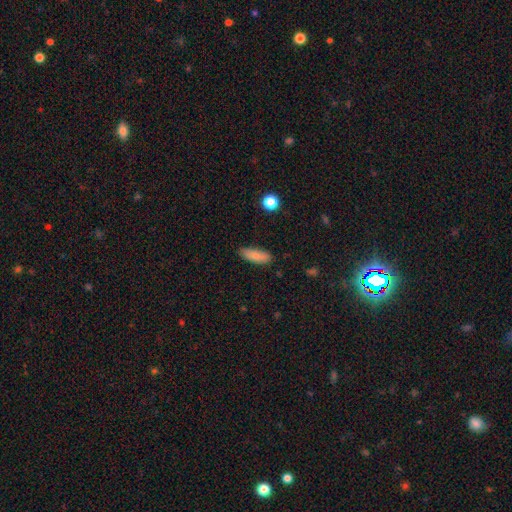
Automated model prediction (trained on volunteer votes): Smooth or featured?
  - smooth: 82% *
  - featured or disk: 10%
  - star or artifact: 7%
How rounded?
  - in between: 64% *
  - cigar-shaped: 33%
  - round: 2%
Merging?
  - none: 83% *
  - minor disturbance: 13%
  - major disturbance: 2%
  - merger: 2%